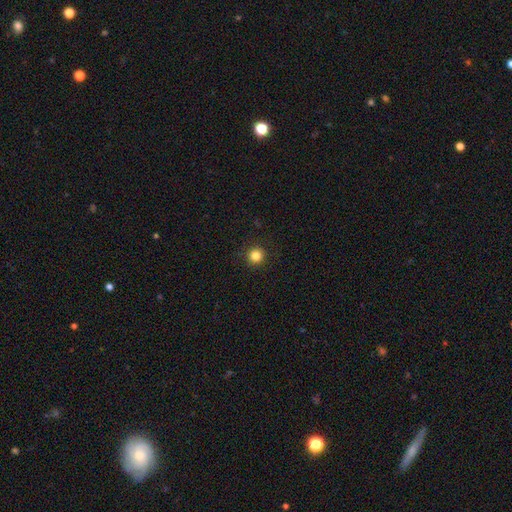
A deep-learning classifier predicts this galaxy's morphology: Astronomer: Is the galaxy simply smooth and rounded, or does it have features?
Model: smooth — 83%.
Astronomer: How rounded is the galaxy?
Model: round — 96%.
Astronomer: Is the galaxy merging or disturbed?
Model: none — 92%.